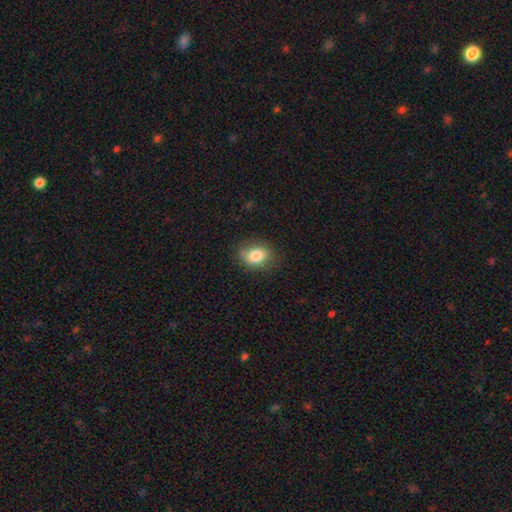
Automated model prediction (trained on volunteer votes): Q: Smooth or featured?
A: smooth (82%); runner-up: star or artifact (9%)
Q: How rounded?
A: in between (63%); runner-up: round (36%)
Q: Merging?
A: none (77%); runner-up: minor disturbance (17%)